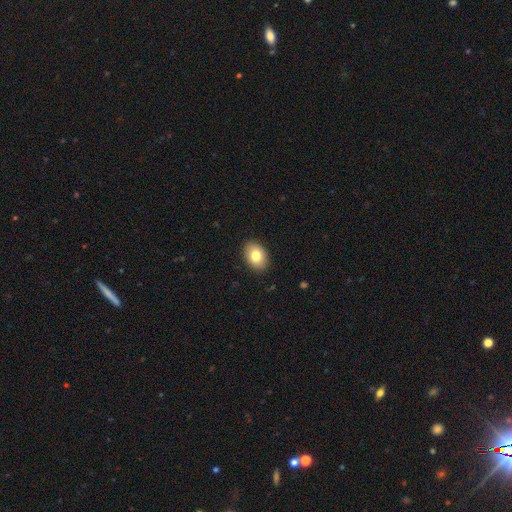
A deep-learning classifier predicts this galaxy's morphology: smooth-or-featured: smooth: 80% | featured or disk: 12% | star or artifact: 8%
  how-rounded: in between: 79% | round: 20% | cigar-shaped: 1%
  merging: none: 89% | minor disturbance: 8% | major disturbance: 2% | merger: 1%